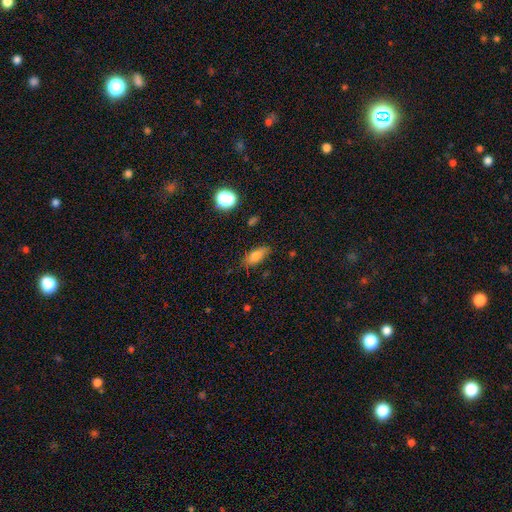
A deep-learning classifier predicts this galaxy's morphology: smooth_or_featured: smooth (p=0.76) [alt: featured or disk p=0.14]
how_rounded: in between (p=0.80) [alt: cigar-shaped p=0.15]
merging: none (p=0.78) [alt: minor disturbance p=0.17]